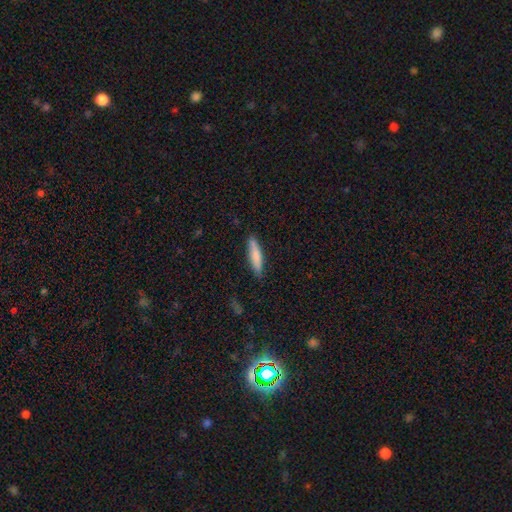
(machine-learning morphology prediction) Smooth or featured? smooth (79%)
How rounded? cigar-shaped (82%)
Merging? none (86%)